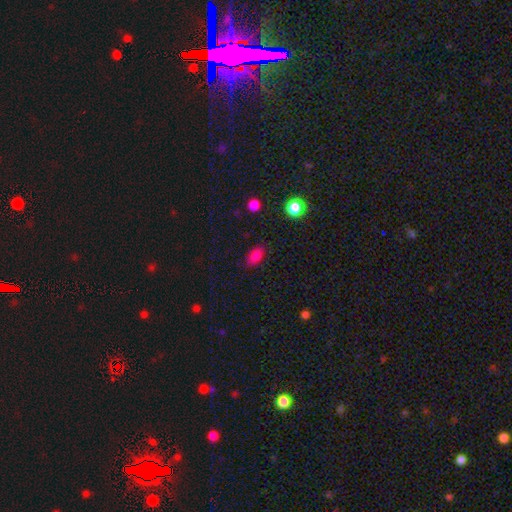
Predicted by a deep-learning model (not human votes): This is clearly a smooth galaxy (81%). How rounded: clearly in between (87%). Merging: clearly none (84%).